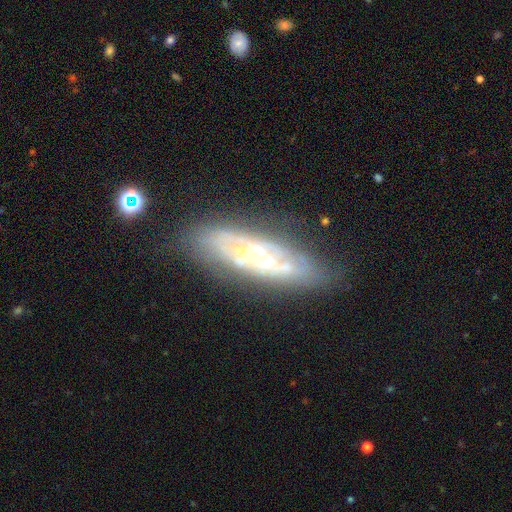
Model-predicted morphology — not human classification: This appears to be a featured or disk galaxy (74%) with no bar (62%), spiral arms (60%) and a small central bulge (40%). Merging: none (71%).